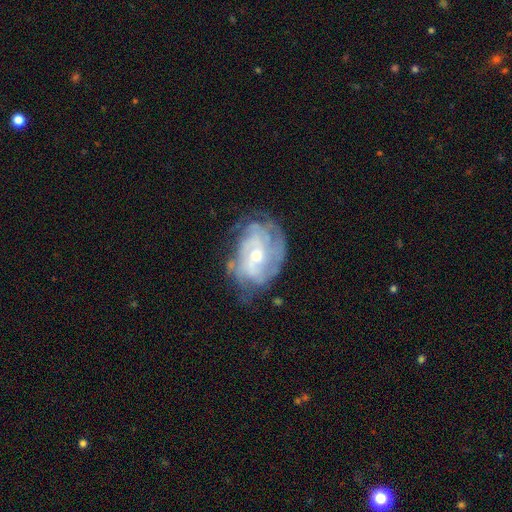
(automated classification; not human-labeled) The model was most divided on "bulge size": moderate: 56%, small: 38%, large: 3%, none: 1%, dominant: 1%. Remaining: edge-on disk — no (96%); spiral arms — yes (89%); smooth or featured — featured or disk (81%); spiral winding — tight (63%); merging — none (62%); bar — no (60%); spiral arm count — can't tell (48%).